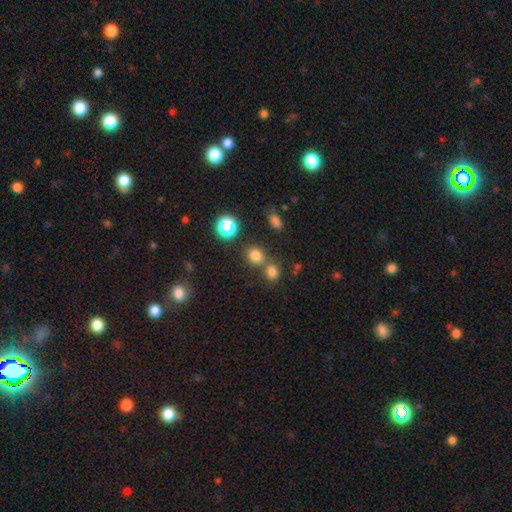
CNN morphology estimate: Smooth or featured?
  - smooth: 77% *
  - star or artifact: 17%
  - featured or disk: 6%
How rounded?
  - round: 69% *
  - in between: 30%
  - cigar-shaped: 1%
Merging?
  - none: 63% *
  - merger: 25%
  - minor disturbance: 9%
  - major disturbance: 3%